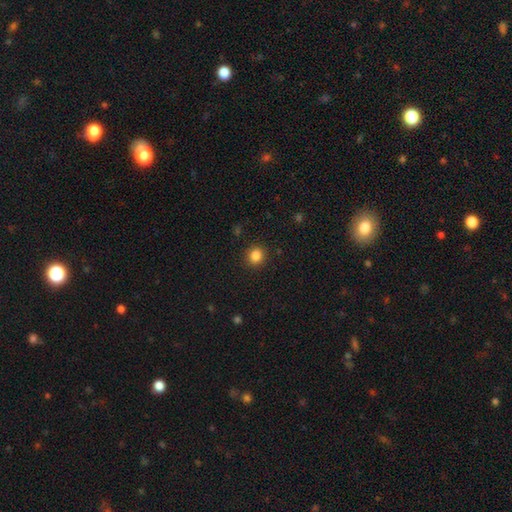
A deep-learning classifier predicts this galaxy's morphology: This is clearly a smooth galaxy (85%). How rounded: clearly round (86%). Merging: clearly none (91%).